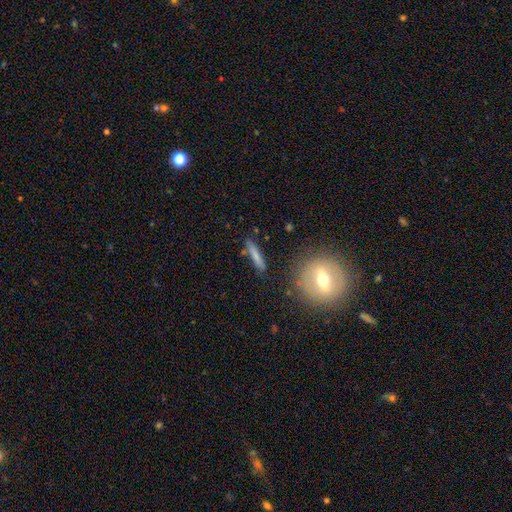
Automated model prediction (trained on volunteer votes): A smooth galaxy with no disk features (72%) that is cigar-shaped (88%).

Vote fractions:
- Smooth or featured? smooth: 72% / featured or disk: 21% / star or artifact: 8%
- How rounded? cigar-shaped: 88% / in between: 10% / round: 2%
- Merging? none: 83% / minor disturbance: 10% / merger: 4% / major disturbance: 3%